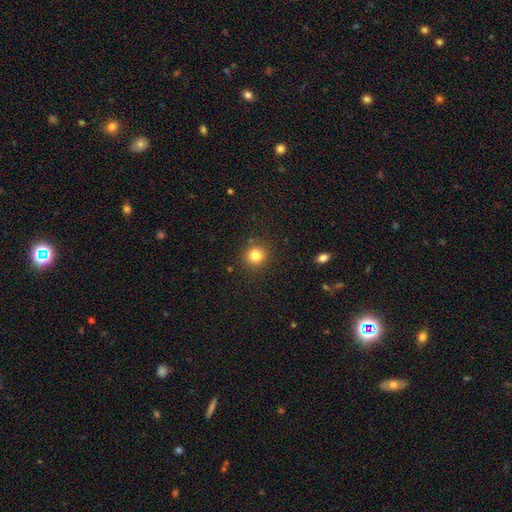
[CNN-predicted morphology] Smooth or featured? smooth (81%)
How rounded? round (90%)
Merging? none (89%)